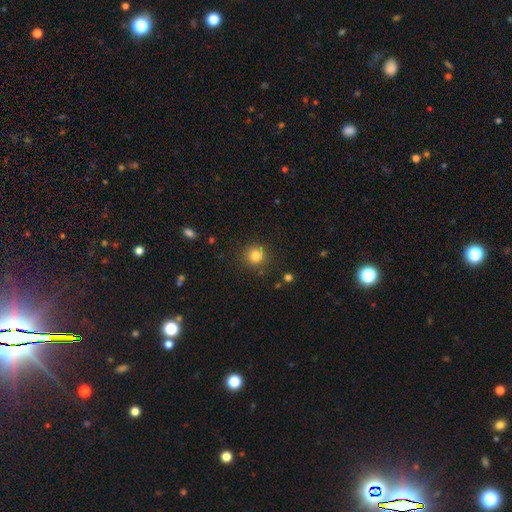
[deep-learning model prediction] Smooth or featured? smooth (83%)
How rounded? round (93%)
Merging? none (88%)